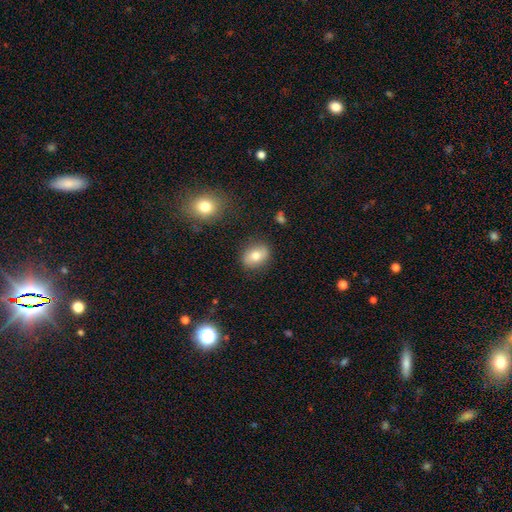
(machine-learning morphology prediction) The model was most divided on "how rounded": in between: 69%, round: 30%, cigar-shaped: 2%. More confident: merging — none (85%); smooth or featured — smooth (75%).